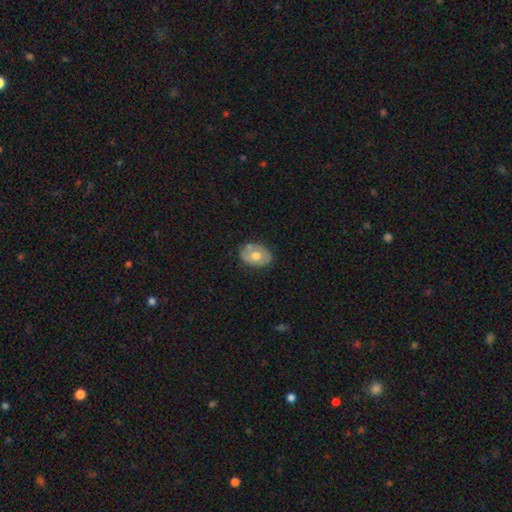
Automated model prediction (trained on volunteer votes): This is possibly a smooth galaxy (56%). How rounded: likely in between (79%). Merging: likely none (74%).